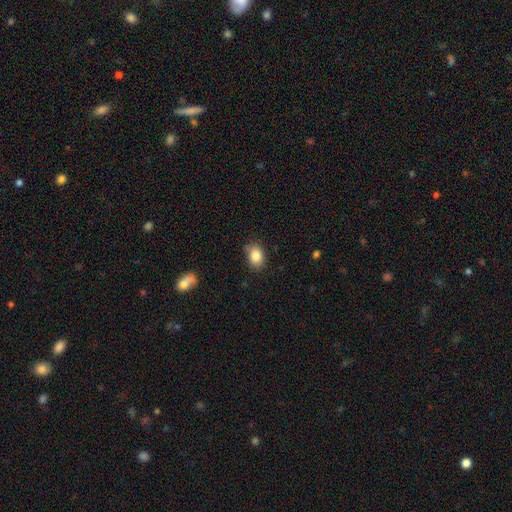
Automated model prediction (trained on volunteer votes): Smooth or featured?
  - smooth: 85% *
  - star or artifact: 9%
  - featured or disk: 6%
How rounded?
  - in between: 71% *
  - round: 28%
  - cigar-shaped: 1%
Merging?
  - none: 79% *
  - minor disturbance: 16%
  - major disturbance: 3%
  - merger: 2%